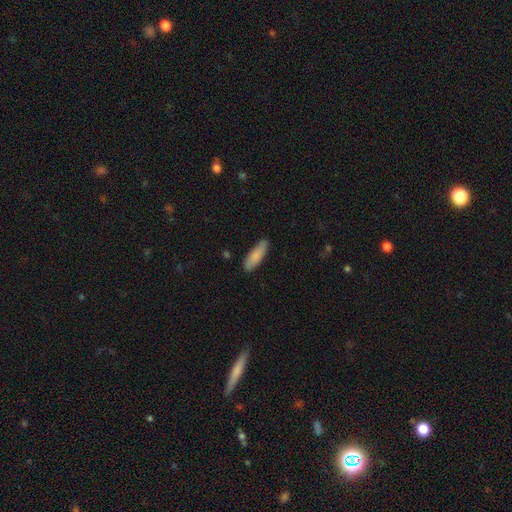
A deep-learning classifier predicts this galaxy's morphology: This is clearly a smooth galaxy (84%). How rounded: possibly cigar-shaped (51%). Merging: clearly none (85%).